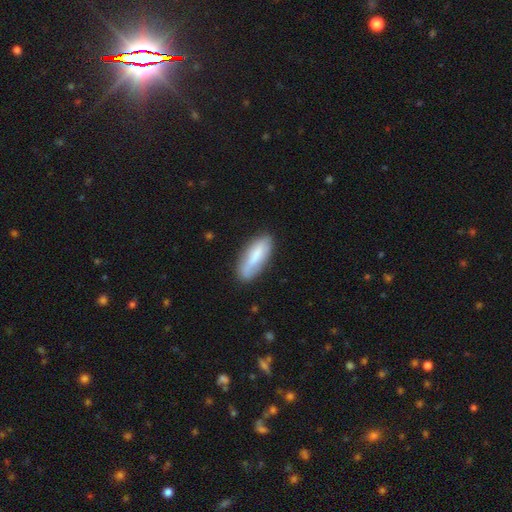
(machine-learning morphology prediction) type=smooth (72%); roundness=in between (64%); merging=none (72%).